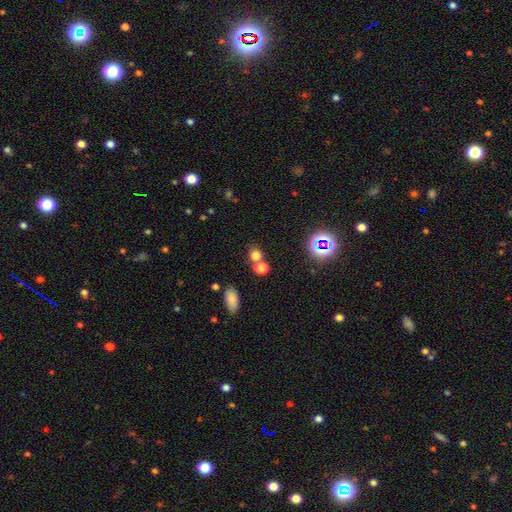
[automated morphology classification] This is likely a smooth galaxy (72%). How rounded: likely round (72%). Merging: possibly none (54%).